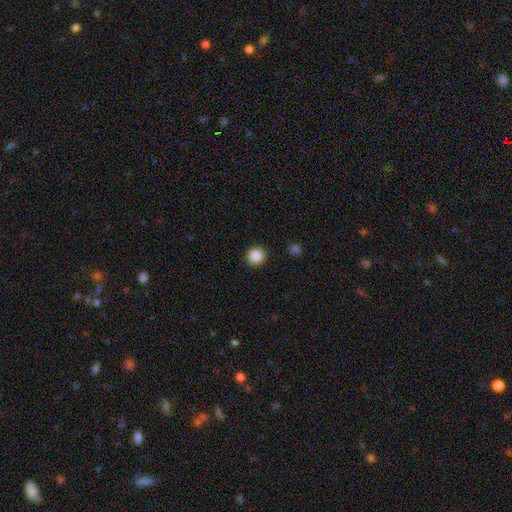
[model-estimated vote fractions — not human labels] smooth_or_featured: smooth (p=0.87) [alt: star or artifact p=0.10]
how_rounded: round (p=0.92) [alt: in between p=0.07]
merging: none (p=0.92) [alt: minor disturbance p=0.05]